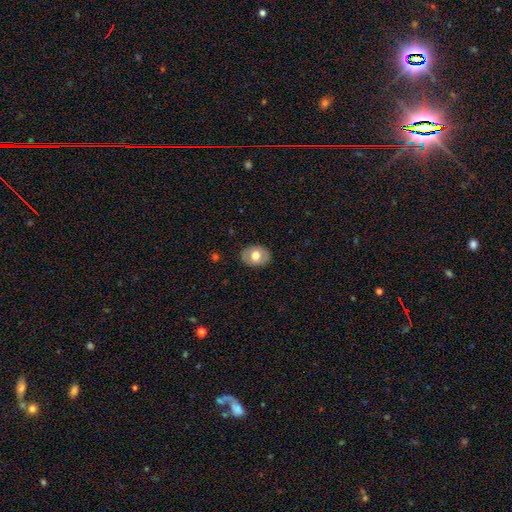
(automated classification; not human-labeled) Q: Smooth or featured?
A: smooth (66%); runner-up: featured or disk (27%)
Q: How rounded?
A: in between (60%); runner-up: round (40%)
Q: Merging?
A: none (86%); runner-up: minor disturbance (10%)